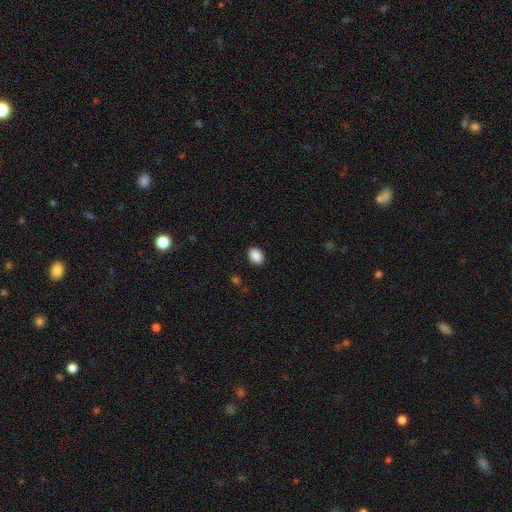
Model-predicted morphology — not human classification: The model was most divided on "how rounded": in between: 77%, round: 22%, cigar-shaped: 1%. More confident: smooth or featured — smooth (89%); merging — none (89%).